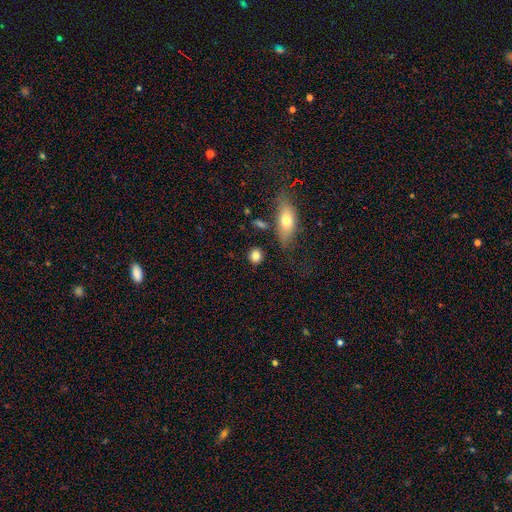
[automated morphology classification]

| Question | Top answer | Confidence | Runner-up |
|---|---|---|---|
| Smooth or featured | smooth | 82% | star or artifact (9%) |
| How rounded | round | 75% | in between (22%) |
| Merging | none | 82% | minor disturbance (10%) |